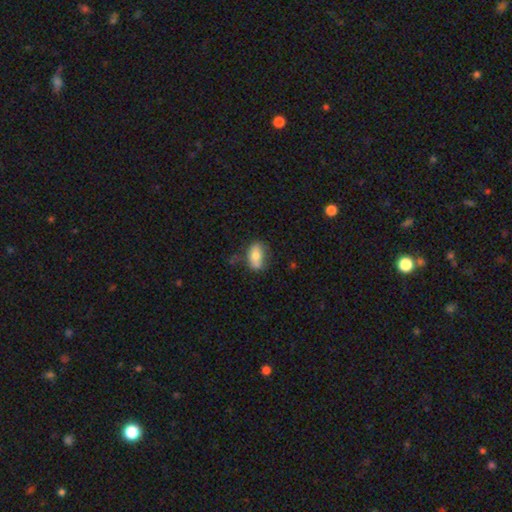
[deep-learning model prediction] This is likely a smooth galaxy (72%). How rounded: clearly in between (86%). Merging: likely none (63%).